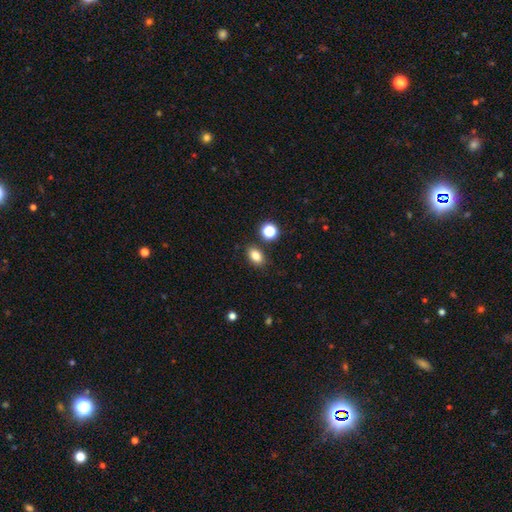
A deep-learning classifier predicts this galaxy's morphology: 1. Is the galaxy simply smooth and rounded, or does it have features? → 82% smooth, 12% star or artifact, 6% featured or disk.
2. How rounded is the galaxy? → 78% in between, 20% round, 2% cigar-shaped.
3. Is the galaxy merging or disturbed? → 83% none, 9% minor disturbance, 6% merger, 2% major disturbance.